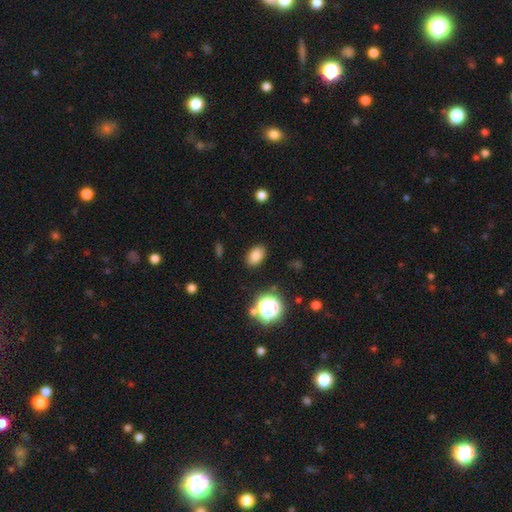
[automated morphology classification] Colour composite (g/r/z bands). It shows a smooth galaxy with no disk features (81%) that is in between round and cigar-shaped (83%). Merging: none (87%).